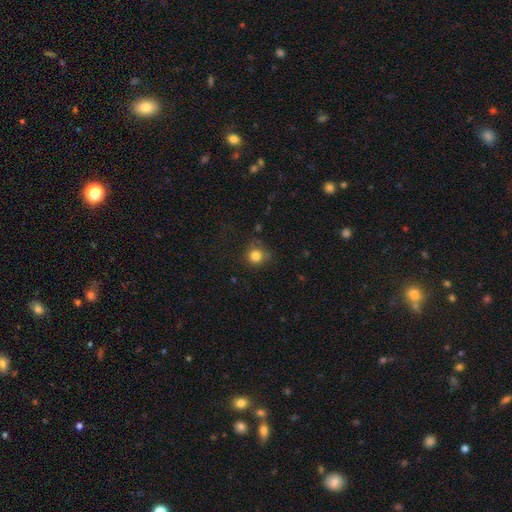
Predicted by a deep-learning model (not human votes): Overall: smooth (82%). How rounded: round (89%). Merging: none (72%).